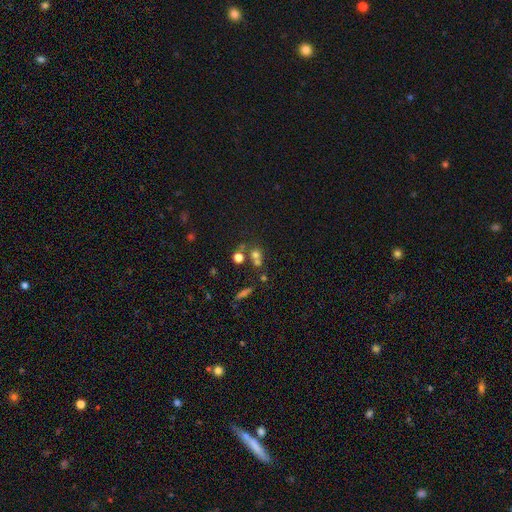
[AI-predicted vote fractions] A smooth galaxy with no disk features (63%) that is round (82%).

Vote fractions:
- Smooth or featured? smooth: 63% / star or artifact: 22% / featured or disk: 15%
- How rounded? round: 82% / in between: 17% / cigar-shaped: 2%
- Merging? none: 46% / merger: 42% / minor disturbance: 8% / major disturbance: 5%